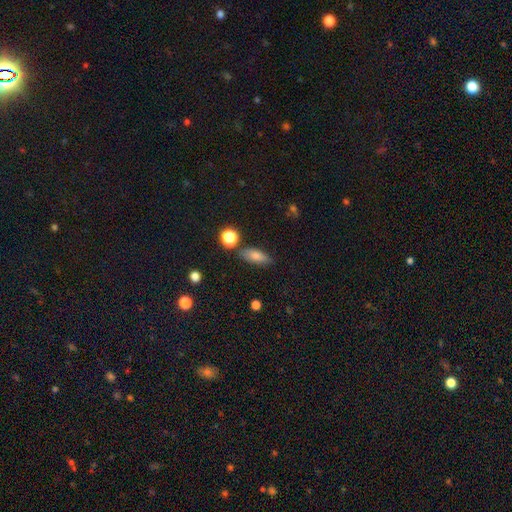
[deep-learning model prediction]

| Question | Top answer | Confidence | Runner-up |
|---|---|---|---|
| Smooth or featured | smooth | 77% | featured or disk (14%) |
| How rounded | in between | 70% | cigar-shaped (25%) |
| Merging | none | 77% | minor disturbance (14%) |